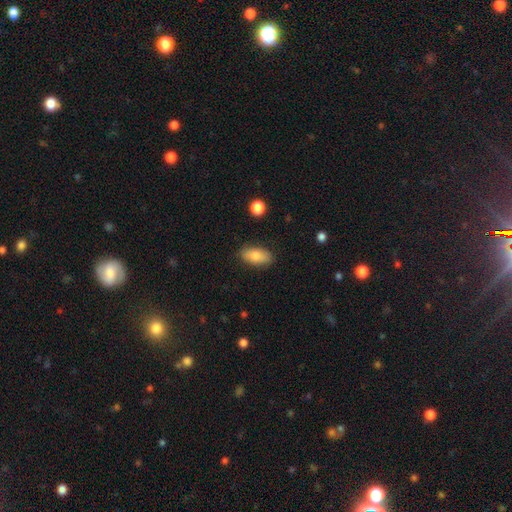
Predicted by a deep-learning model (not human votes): smooth 80%, featured or disk 14%, star or artifact 7%. Down the decision tree: how rounded — in between (91%); merging — none (86%).